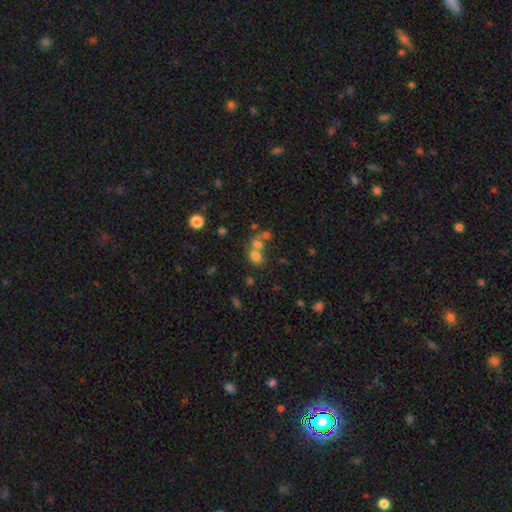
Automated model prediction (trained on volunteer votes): smooth 67%, star or artifact 17%, featured or disk 16%. Down the decision tree: how rounded — round (51%); merging — merger (51%).